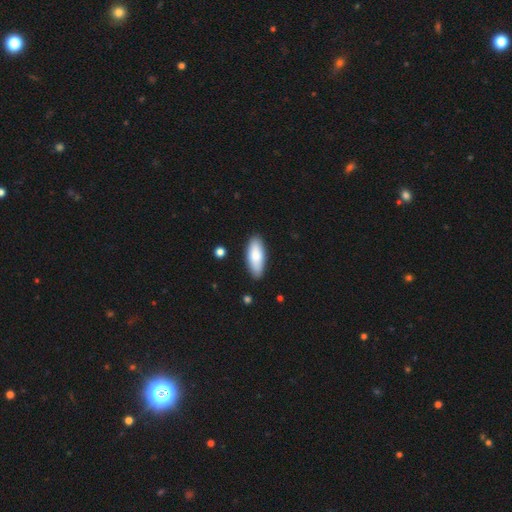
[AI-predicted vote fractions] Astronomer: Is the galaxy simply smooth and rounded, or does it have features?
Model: smooth — 85%.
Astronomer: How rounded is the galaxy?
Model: in between — 76%.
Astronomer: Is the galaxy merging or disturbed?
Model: none — 86%.